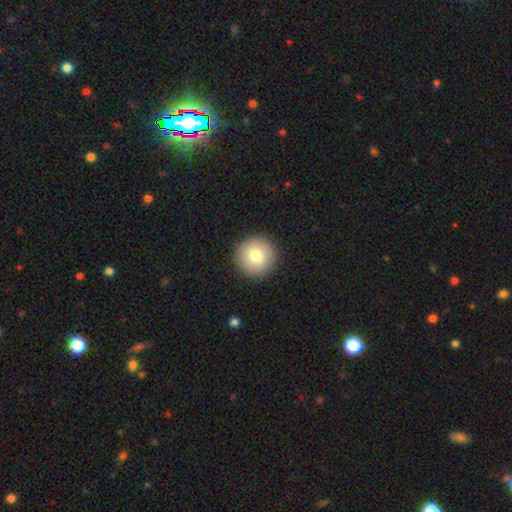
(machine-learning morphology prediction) Smooth or featured? smooth (79%)
How rounded? round (95%)
Merging? none (92%)